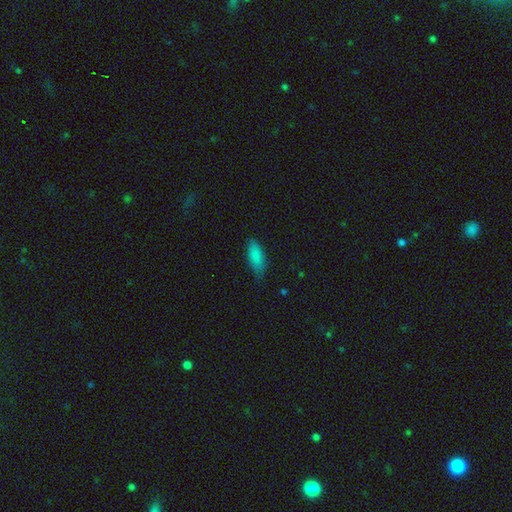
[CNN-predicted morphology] smooth-or-featured: smooth: 86% | star or artifact: 7% | featured or disk: 7%
  how-rounded: in between: 79% | cigar-shaped: 19% | round: 2%
  merging: none: 72% | minor disturbance: 23% | major disturbance: 4% | merger: 1%